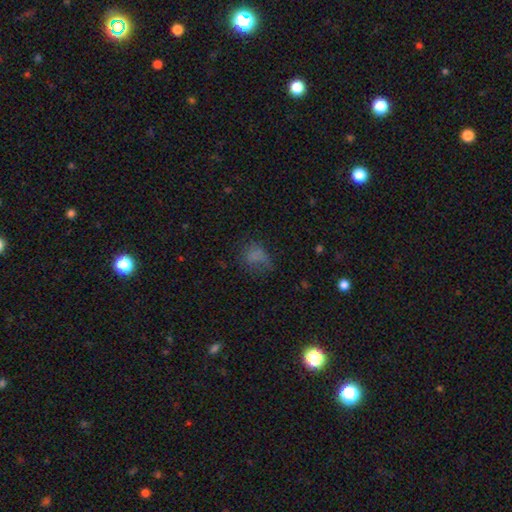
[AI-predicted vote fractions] smooth 66%, star or artifact 19%, featured or disk 15%. Down the decision tree: how rounded — in between (61%); merging — none (41%).